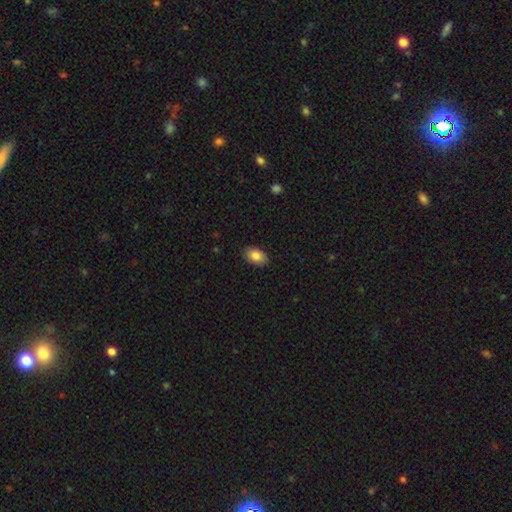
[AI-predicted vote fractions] Smooth or featured: smooth — 86% (star or artifact — 7%)
How rounded: in between — 90% (round — 9%)
Merging: none — 89% (minor disturbance — 9%)